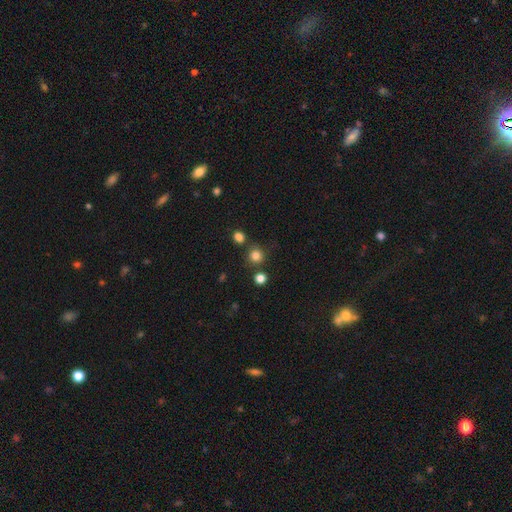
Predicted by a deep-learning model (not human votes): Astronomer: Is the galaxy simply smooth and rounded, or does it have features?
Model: smooth — 81%.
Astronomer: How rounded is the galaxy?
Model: round — 92%.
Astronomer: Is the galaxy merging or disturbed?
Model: none — 79%.